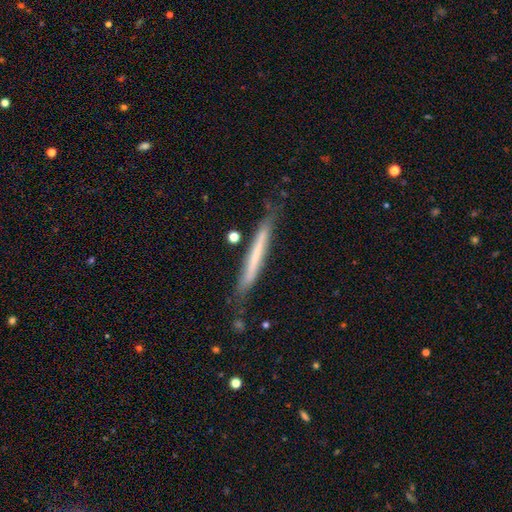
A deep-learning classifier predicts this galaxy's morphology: smooth_or_featured: smooth (p=0.49) [alt: featured or disk p=0.45]
merging: none (p=0.77) [alt: minor disturbance p=0.17]